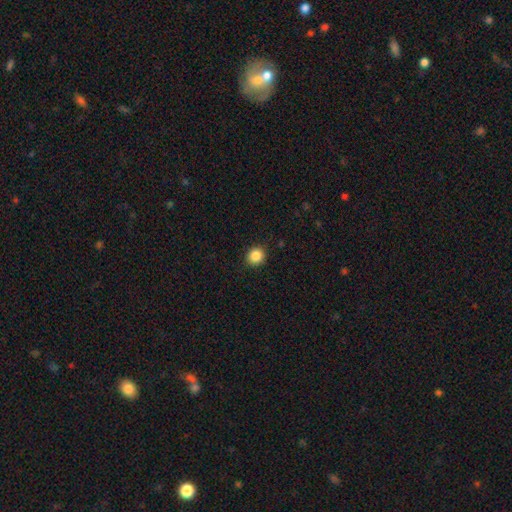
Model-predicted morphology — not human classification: Smooth or featured? smooth (87%)
How rounded? round (84%)
Merging? none (91%)